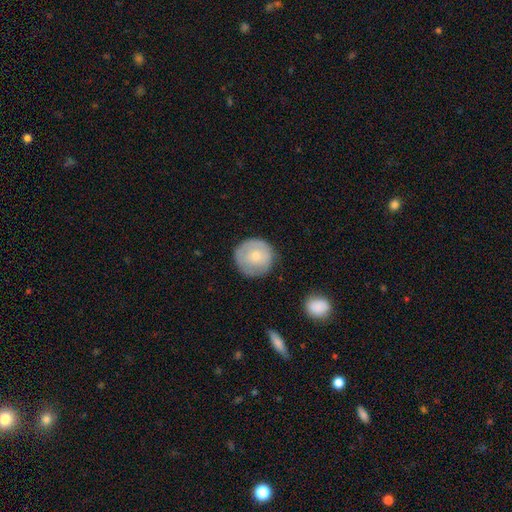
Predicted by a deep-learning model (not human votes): A smooth galaxy with no disk features (66%) that is round (95%). Merging: none (81%).